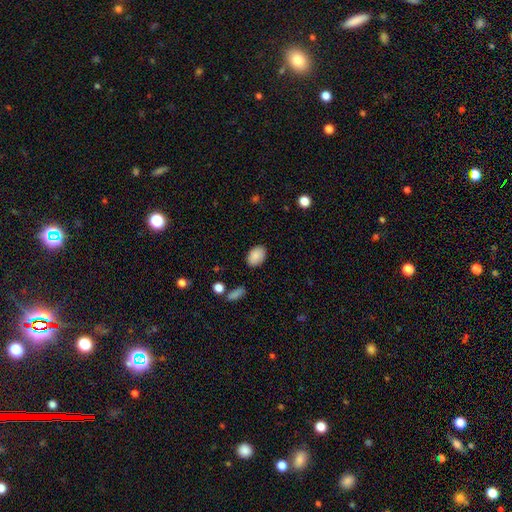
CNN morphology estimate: This appears to be a smooth galaxy with no disk features (88%) that is in between round and cigar-shaped (87%). Merging: none (85%).